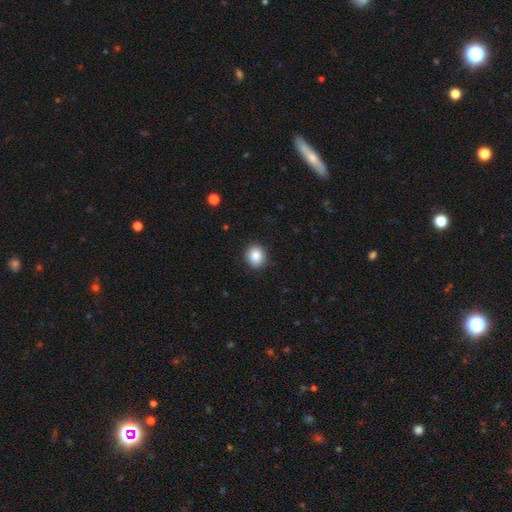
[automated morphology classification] Smooth or featured: smooth — 87% (star or artifact — 9%)
How rounded: round — 81% (in between — 18%)
Merging: none — 90% (minor disturbance — 7%)